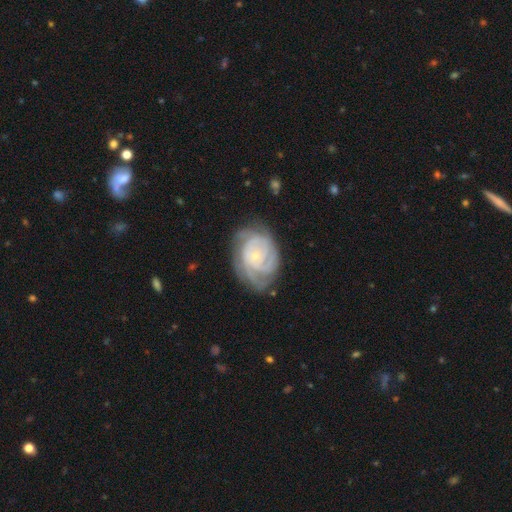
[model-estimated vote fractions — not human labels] Smooth or featured: featured or disk — 84% (smooth — 10%)
Edge-on disk: no — 97% (yes — 3%)
Bar: no — 76% (weak — 19%)
Spiral arms: yes — 96% (no — 4%)
Spiral winding: tight — 73% (medium — 22%)
Spiral arm count: can't tell — 28% (3 — 27%)
Bulge size: small — 77% (moderate — 20%)
Merging: none — 70% (minor disturbance — 20%)